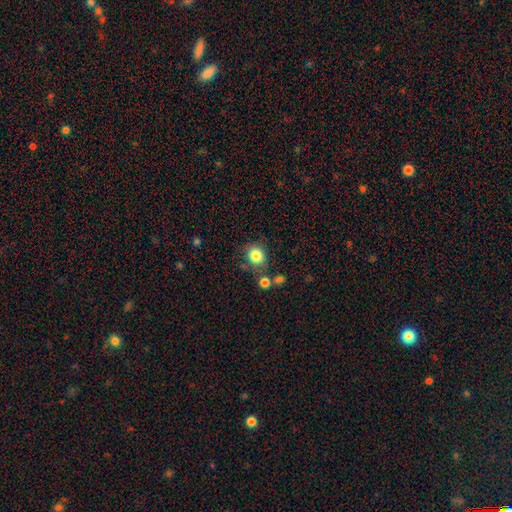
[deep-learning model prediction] A smooth galaxy with no disk features (83%) that is round (75%). Merging: none (71%).